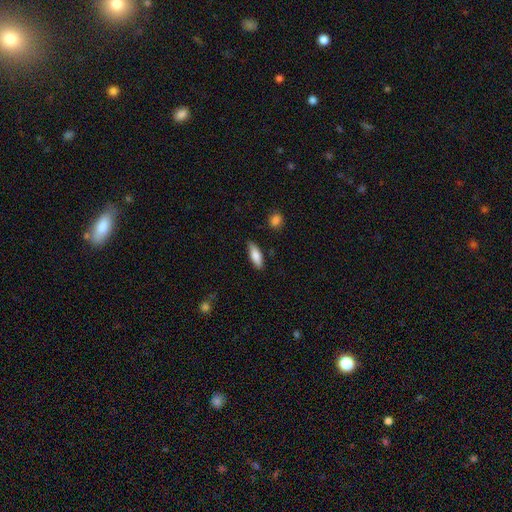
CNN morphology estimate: This appears to be a smooth galaxy with no disk features (82%) that is in between round and cigar-shaped (63%). Merging: none (82%).